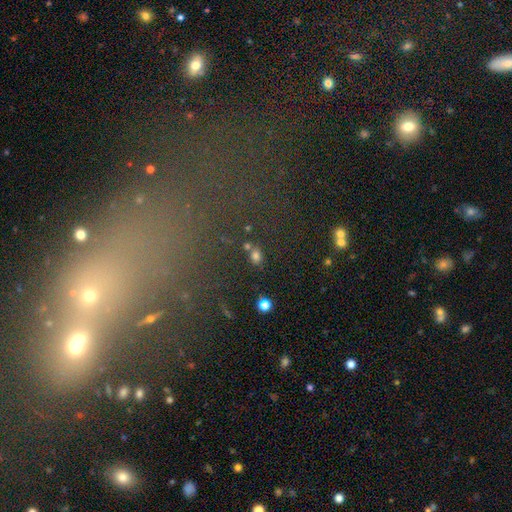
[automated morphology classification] smooth 66%, star or artifact 25%, featured or disk 9%. Down the decision tree: how rounded — in between (68%); merging — none (73%).